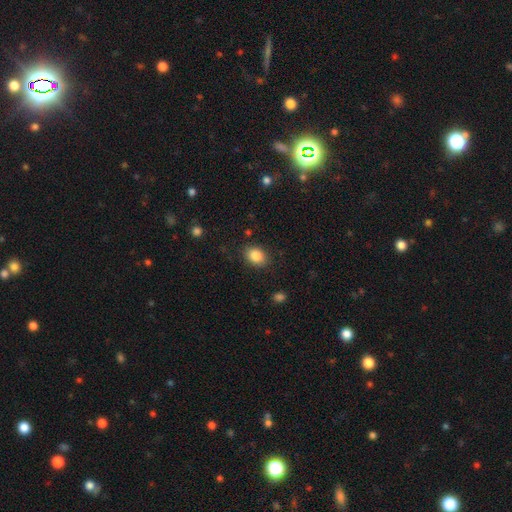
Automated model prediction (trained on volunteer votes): Overall: smooth (85%). How rounded: in between (67%; round 32%). Merging: none (86%).